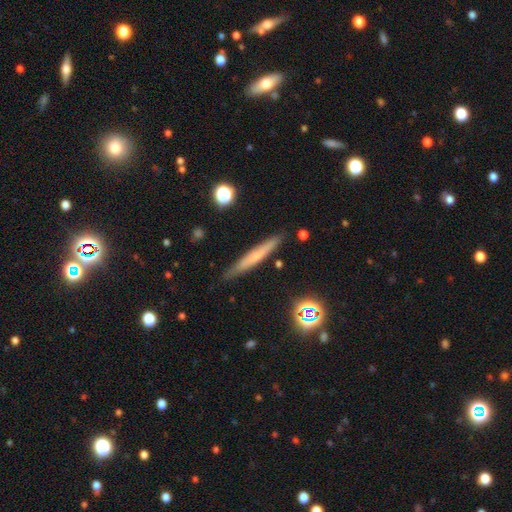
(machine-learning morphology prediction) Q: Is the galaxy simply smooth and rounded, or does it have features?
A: smooth — 53%.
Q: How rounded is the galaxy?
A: cigar-shaped — 95%.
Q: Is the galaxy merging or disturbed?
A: none — 86%.